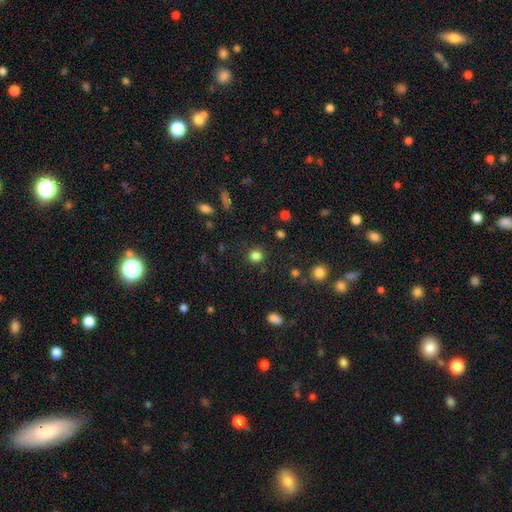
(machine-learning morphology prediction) smooth 82%, star or artifact 13%, featured or disk 4%. Down the decision tree: how rounded — round (87%); merging — none (84%).